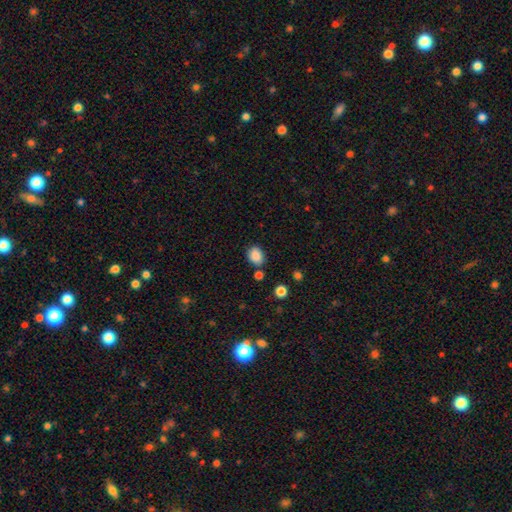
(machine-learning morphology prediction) Smooth or featured? Predicted: smooth (p=0.87). How rounded? Predicted: in between (p=0.65). Merging? Predicted: none (p=0.76).